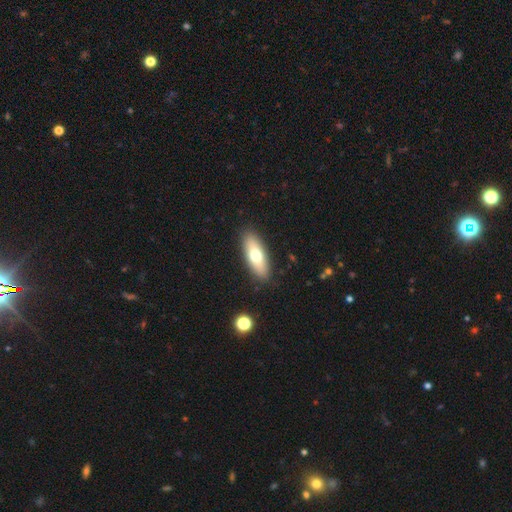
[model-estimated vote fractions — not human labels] Smooth or featured? Predicted: smooth (p=0.66). How rounded? Predicted: in between (p=0.68). Merging? Predicted: none (p=0.88).